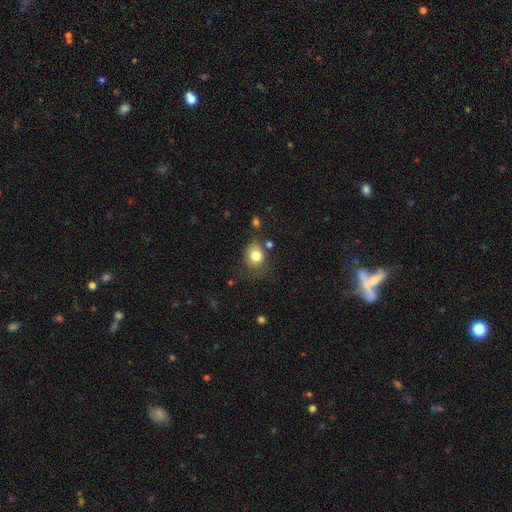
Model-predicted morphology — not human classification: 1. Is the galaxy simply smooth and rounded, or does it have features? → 80% smooth, 10% star or artifact, 10% featured or disk.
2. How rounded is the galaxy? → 50% round, 49% in between, 1% cigar-shaped.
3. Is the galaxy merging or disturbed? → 64% none, 22% minor disturbance, 7% major disturbance, 6% merger.